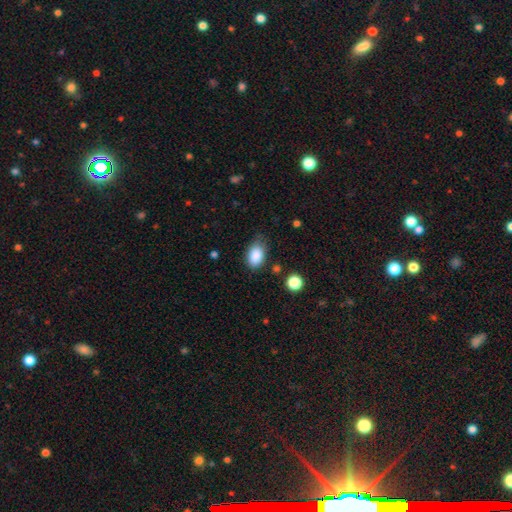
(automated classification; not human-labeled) Morphology: type=smooth (87%); roundness=in between (89%); merging=none (70%).